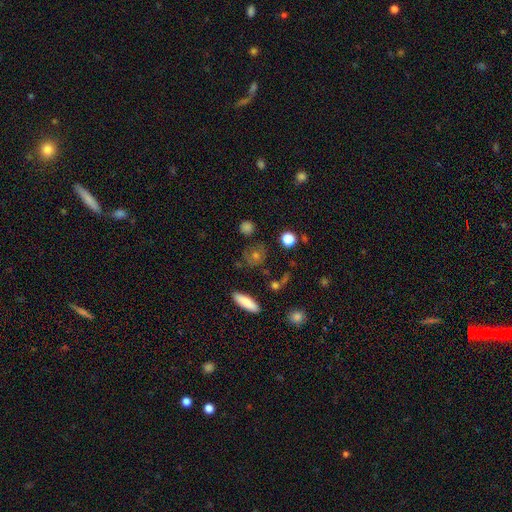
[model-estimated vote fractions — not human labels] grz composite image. It shows a smooth galaxy with no disk features (58%) that is round (71%). Merging: none (77%).